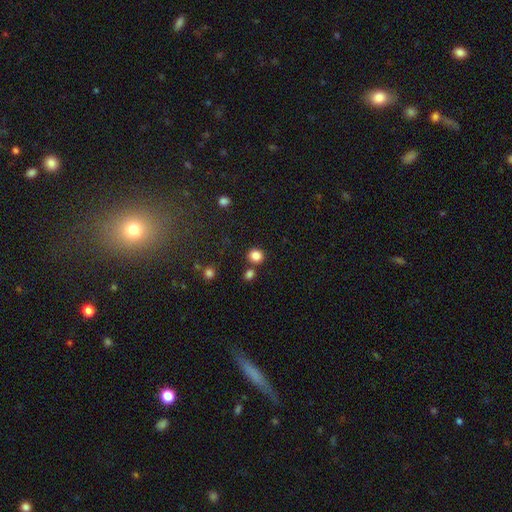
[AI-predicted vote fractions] A smooth galaxy with no disk features (84%) that is round (83%). Merging: none (77%).